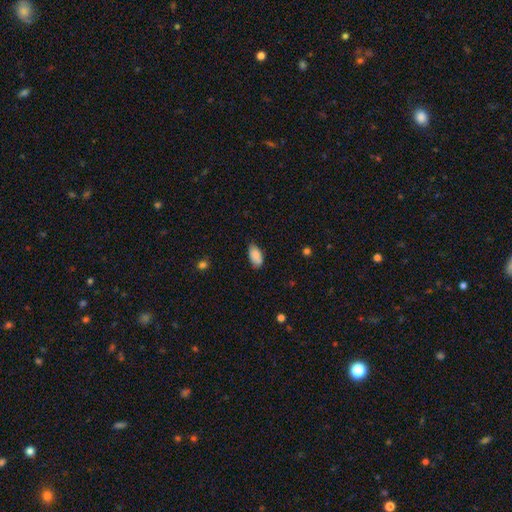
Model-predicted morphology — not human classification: Smooth or featured?
  - smooth: 88% *
  - star or artifact: 7%
  - featured or disk: 6%
How rounded?
  - in between: 93% *
  - cigar-shaped: 4%
  - round: 3%
Merging?
  - none: 76% *
  - minor disturbance: 20%
  - major disturbance: 3%
  - merger: 1%